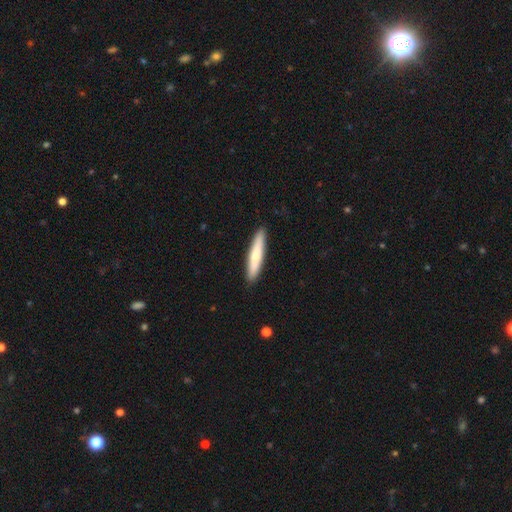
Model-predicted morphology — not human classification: Smooth or featured? Predicted: smooth (p=0.66). How rounded? Predicted: cigar-shaped (p=0.91). Merging? Predicted: none (p=0.91).